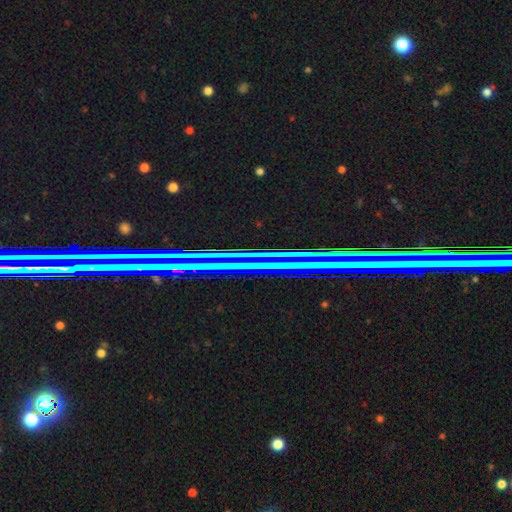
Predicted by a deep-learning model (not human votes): Morphology: type=star or artifact (71%).